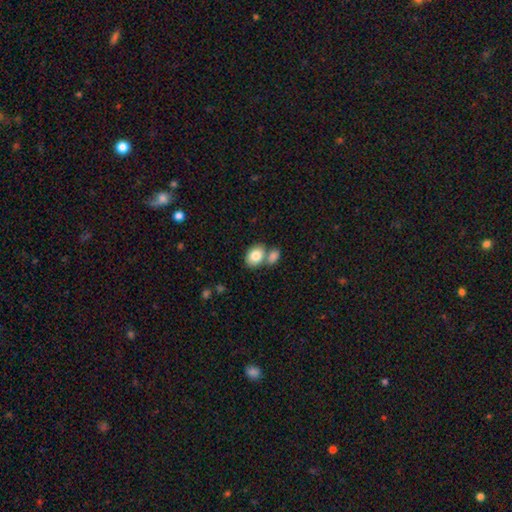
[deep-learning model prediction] Smooth or featured? smooth (82%)
How rounded? in between (72%)
Merging? none (45%)